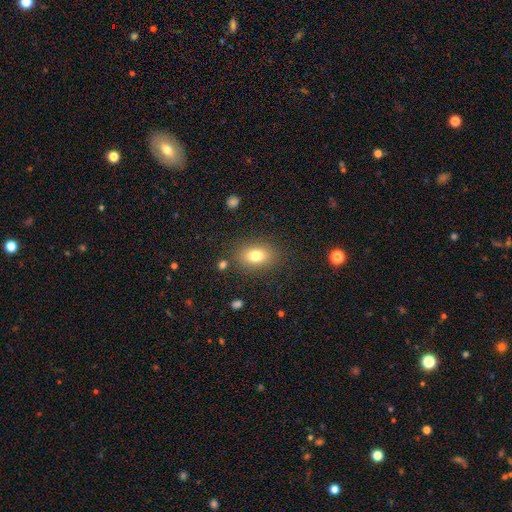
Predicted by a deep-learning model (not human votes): Morphology: type=smooth (78%); roundness=in between (74%); merging=none (84%).